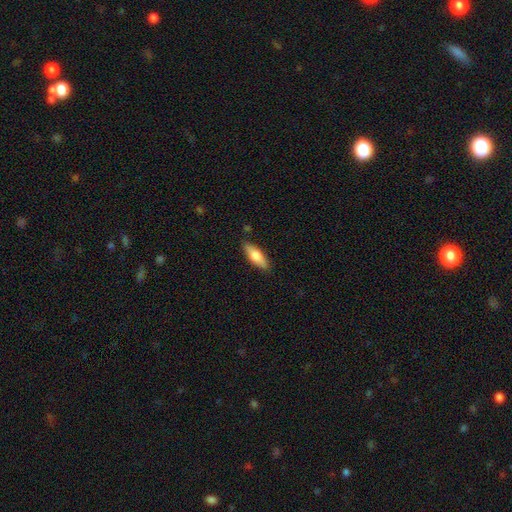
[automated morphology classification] Overall: smooth (71%). How rounded: in between (56%; cigar-shaped 42%). Merging: none (85%).